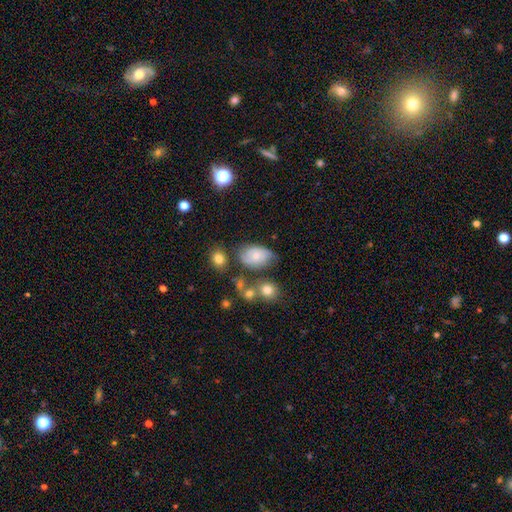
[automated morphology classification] type=smooth (58%); roundness=in between (83%); merging=none (52%).